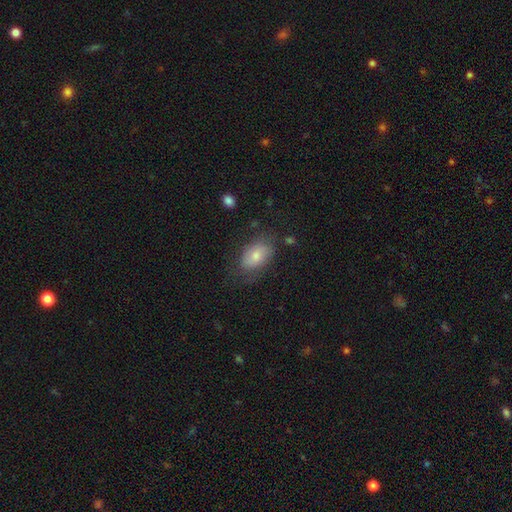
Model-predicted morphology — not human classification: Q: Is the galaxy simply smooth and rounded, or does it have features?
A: smooth — 64%.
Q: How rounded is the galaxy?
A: in between — 88%.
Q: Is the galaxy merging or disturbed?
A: none — 66%.